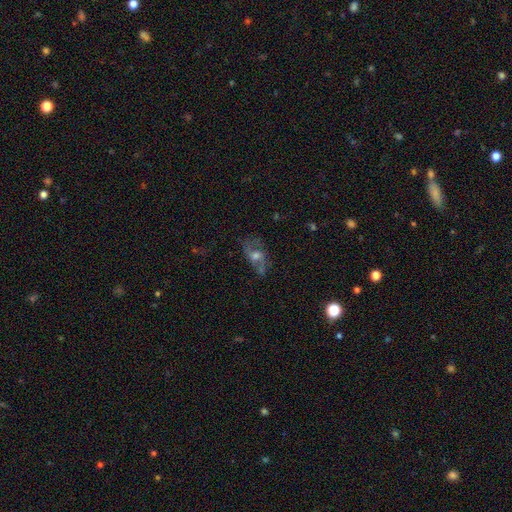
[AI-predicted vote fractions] Morphology: type=featured or disk (59%); edge-on=no (90%); bar=no (64%); spiral arms=yes (70%); bulge=moderate (60%); merging=none (58%).